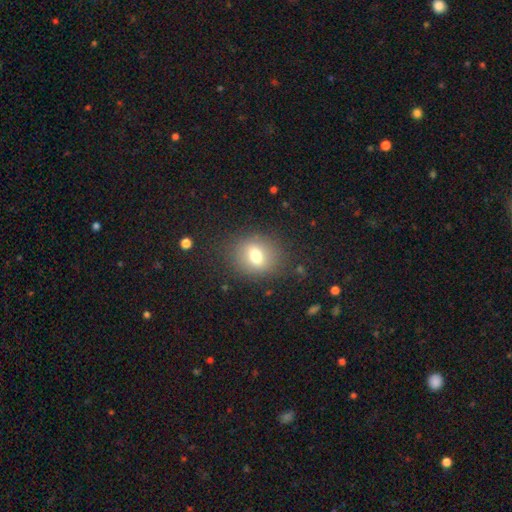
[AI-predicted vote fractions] Q: Smooth or featured?
A: smooth (71%); runner-up: featured or disk (17%)
Q: How rounded?
A: round (60%); runner-up: in between (39%)
Q: Merging?
A: none (82%); runner-up: minor disturbance (11%)